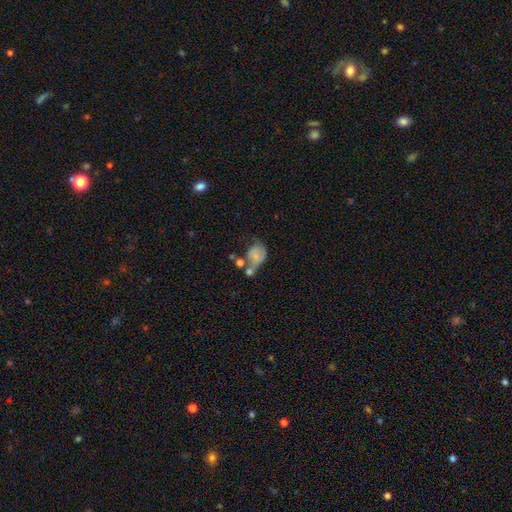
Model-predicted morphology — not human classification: smooth-or-featured: smooth: 58% | featured or disk: 32% | star or artifact: 10%
  how-rounded: in between: 63% | round: 36% | cigar-shaped: 1%
  merging: merger: 34% | major disturbance: 24% | minor disturbance: 22% | none: 21%